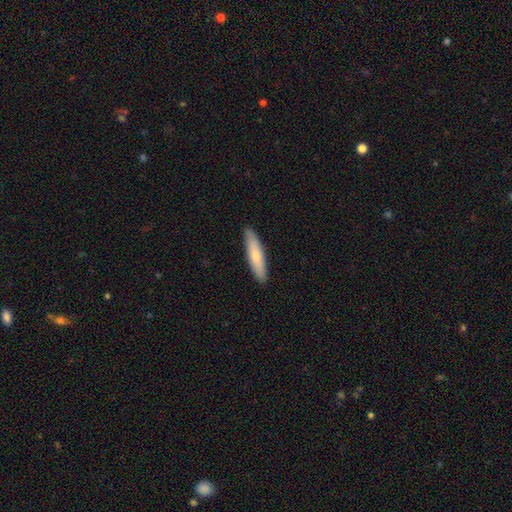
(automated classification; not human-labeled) Smooth or featured: smooth — 74% (featured or disk — 21%)
How rounded: cigar-shaped — 82% (in between — 17%)
Merging: none — 90% (minor disturbance — 7%)